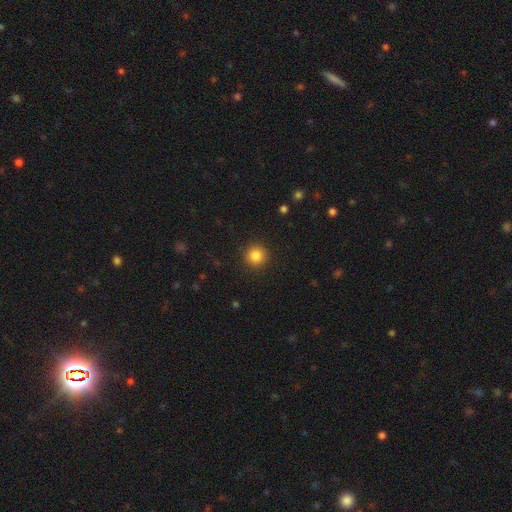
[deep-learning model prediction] Smooth or featured? Predicted: smooth (p=0.84). How rounded? Predicted: round (p=0.95). Merging? Predicted: none (p=0.92).